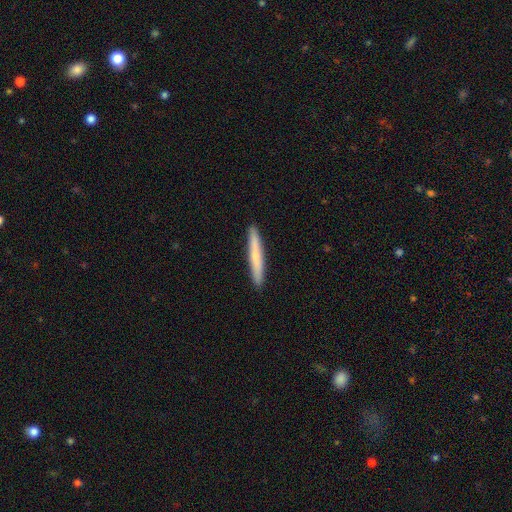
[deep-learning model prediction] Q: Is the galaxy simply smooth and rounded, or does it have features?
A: smooth — 67%.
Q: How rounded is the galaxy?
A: cigar-shaped — 96%.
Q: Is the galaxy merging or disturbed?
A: none — 92%.